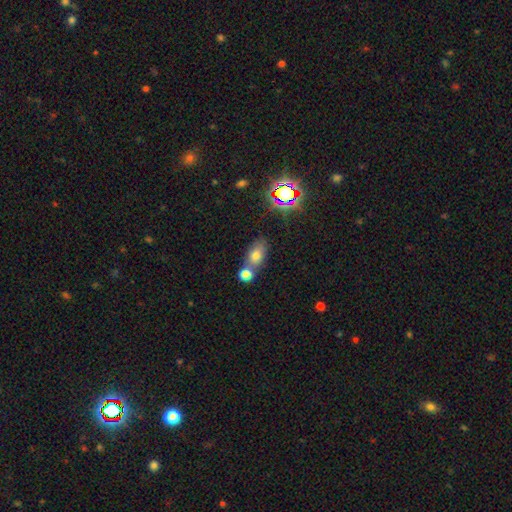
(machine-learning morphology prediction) smooth-or-featured: smooth: 69% | star or artifact: 18% | featured or disk: 13%
  how-rounded: in between: 78% | round: 18% | cigar-shaped: 4%
  merging: none: 52% | merger: 32% | minor disturbance: 12% | major disturbance: 4%